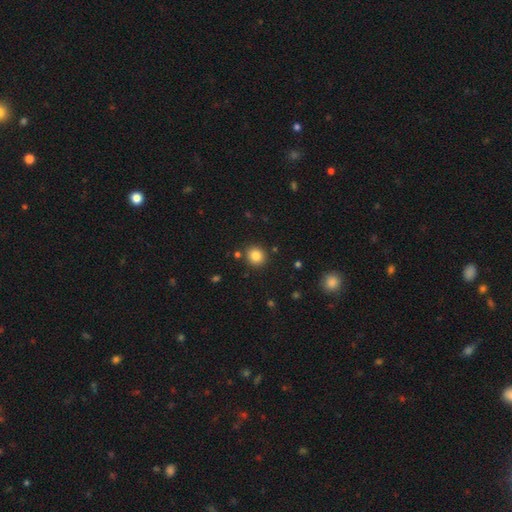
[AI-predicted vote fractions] smooth_or_featured: smooth (p=0.84) [alt: star or artifact p=0.11]
how_rounded: round (p=0.86) [alt: in between p=0.13]
merging: none (p=0.88) [alt: minor disturbance p=0.07]